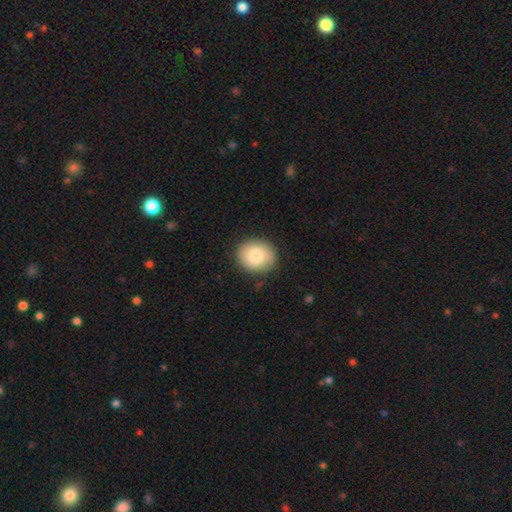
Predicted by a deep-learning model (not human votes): Morphology: type=smooth (82%); roundness=round (72%); merging=none (86%).